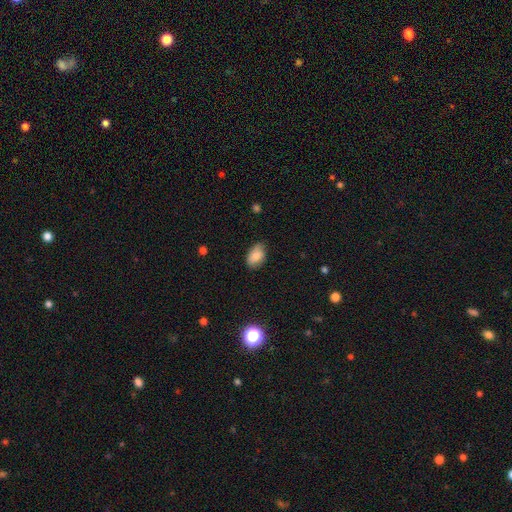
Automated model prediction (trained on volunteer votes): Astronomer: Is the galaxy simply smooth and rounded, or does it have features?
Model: smooth — 83%.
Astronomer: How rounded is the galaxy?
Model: in between — 89%.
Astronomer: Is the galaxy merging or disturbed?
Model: none — 69%.